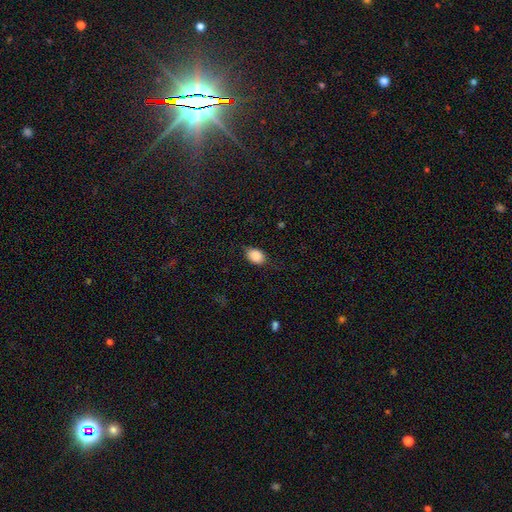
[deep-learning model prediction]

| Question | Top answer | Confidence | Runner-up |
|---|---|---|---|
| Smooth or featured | smooth | 87% | star or artifact (8%) |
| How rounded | in between | 80% | round (18%) |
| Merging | none | 78% | minor disturbance (16%) |